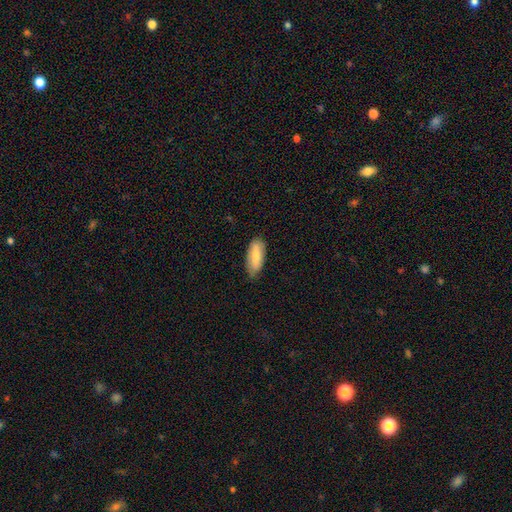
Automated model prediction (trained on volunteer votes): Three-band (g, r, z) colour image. It shows a smooth galaxy with no disk features (73%) that is in between round and cigar-shaped (80%). Merging: none (77%).